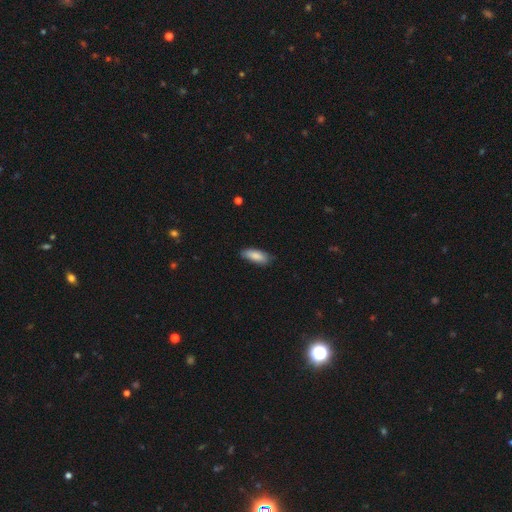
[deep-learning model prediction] Smooth or featured: smooth — 85% (featured or disk — 9%)
How rounded: in between — 71% (cigar-shaped — 27%)
Merging: none — 78% (minor disturbance — 18%)